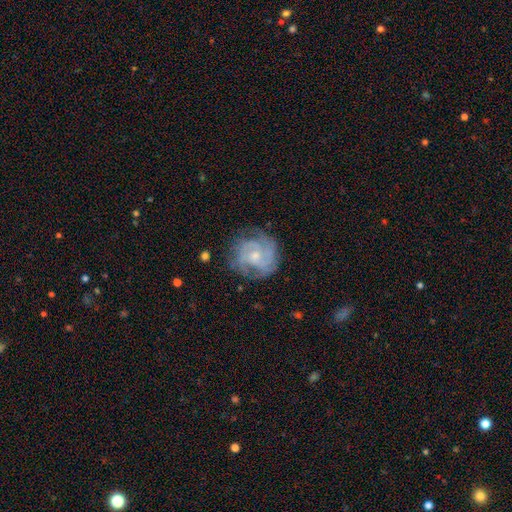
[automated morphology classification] smooth-or-featured: featured or disk: 79% | smooth: 15% | star or artifact: 6%
  disk-edge-on: no: 98% | yes: 2%
    bar: no: 65% | weak: 30% | strong: 5%
    has-spiral-arms: yes: 92% | no: 8%
      spiral-winding: tight: 56% | medium: 35% | loose: 9%
      spiral-arm-count: can't tell: 29% | 2: 27% | 3: 26% | 4: 9% | 1: 5% | more than 4: 5%
    bulge-size: small: 53% | moderate: 41% | none: 4% | large: 2% | dominant: 1%
  merging: none: 73% | minor disturbance: 18% | major disturbance: 8% | merger: 1%